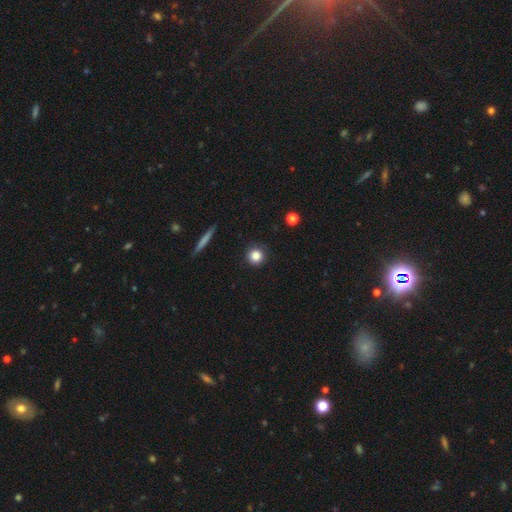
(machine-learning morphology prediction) The model was most divided on "smooth or featured": smooth: 84%, star or artifact: 10%, featured or disk: 6%. More confident: how rounded — round (94%); merging — none (90%).